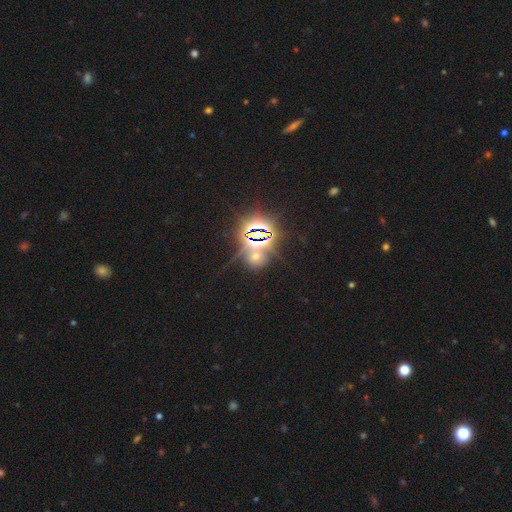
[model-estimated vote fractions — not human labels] Q: Smooth or featured?
A: star or artifact (76%); runner-up: smooth (15%)